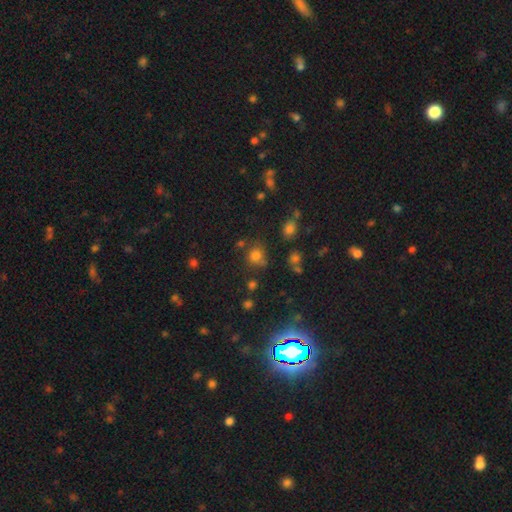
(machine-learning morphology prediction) smooth 74%, star or artifact 19%, featured or disk 7%. Down the decision tree: how rounded — round (83%); merging — none (70%).